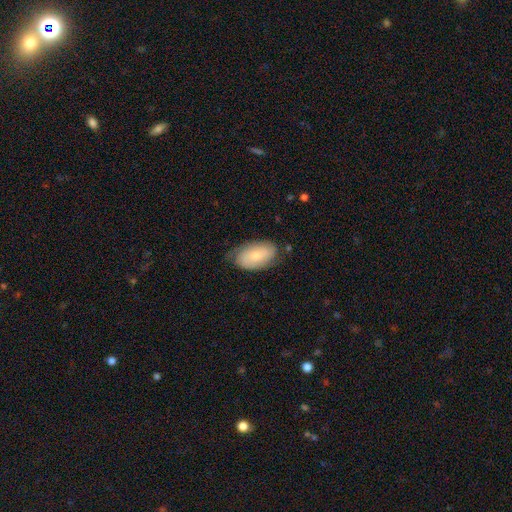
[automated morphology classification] smooth_or_featured: smooth (p=0.69) [alt: featured or disk p=0.25]
how_rounded: in between (p=0.94) [alt: round p=0.04]
merging: none (p=0.68) [alt: minor disturbance p=0.25]